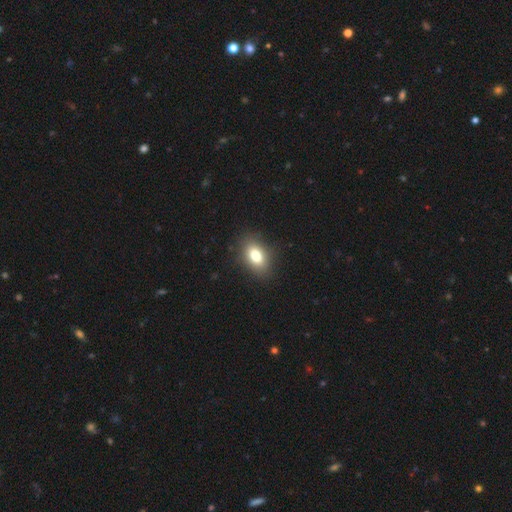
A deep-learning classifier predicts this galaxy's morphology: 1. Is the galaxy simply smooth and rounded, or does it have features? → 79% smooth, 11% featured or disk, 10% star or artifact.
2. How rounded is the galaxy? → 85% in between, 13% round, 2% cigar-shaped.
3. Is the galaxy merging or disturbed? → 86% none, 10% minor disturbance, 3% major disturbance, 1% merger.